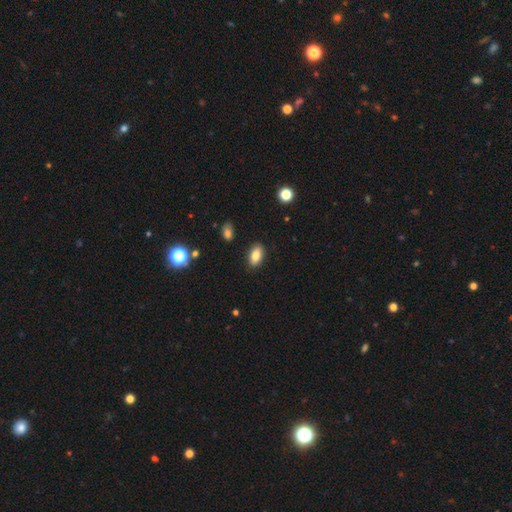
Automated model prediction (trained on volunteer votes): Smooth or featured?
  - smooth: 80% *
  - featured or disk: 11%
  - star or artifact: 9%
How rounded?
  - in between: 90% *
  - round: 6%
  - cigar-shaped: 4%
Merging?
  - none: 88% *
  - minor disturbance: 8%
  - major disturbance: 2%
  - merger: 1%